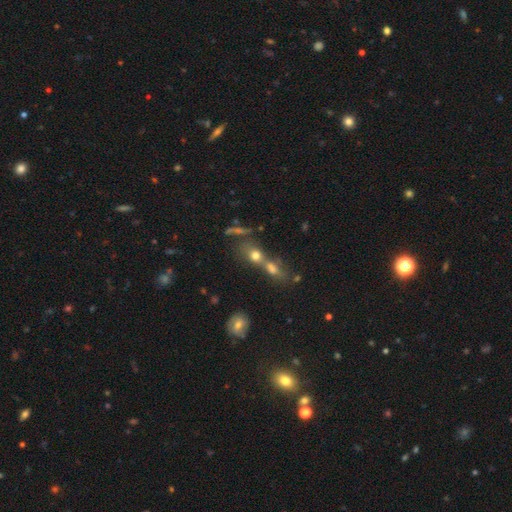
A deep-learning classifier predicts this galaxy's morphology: Smooth or featured? smooth (66%)
How rounded? round (46%, tied with in between)
Merging? merger (57%)